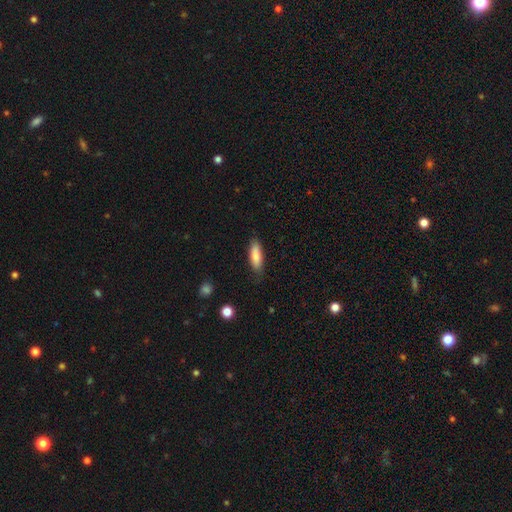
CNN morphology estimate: Smooth or featured? smooth (84%)
How rounded? in between (55%)
Merging? none (80%)